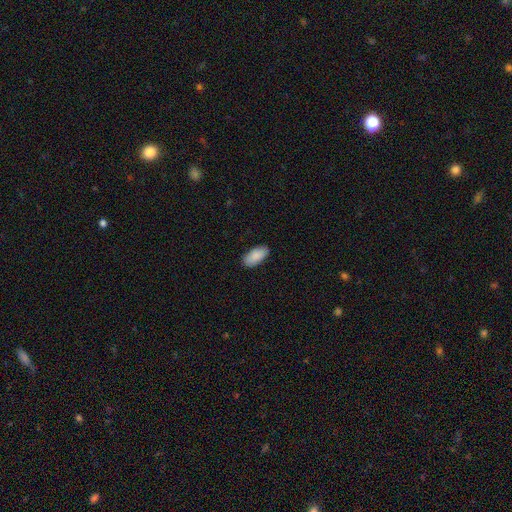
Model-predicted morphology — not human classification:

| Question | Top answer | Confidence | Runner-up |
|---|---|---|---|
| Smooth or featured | smooth | 89% | star or artifact (6%) |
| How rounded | in between | 93% | cigar-shaped (5%) |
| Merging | none | 88% | minor disturbance (9%) |